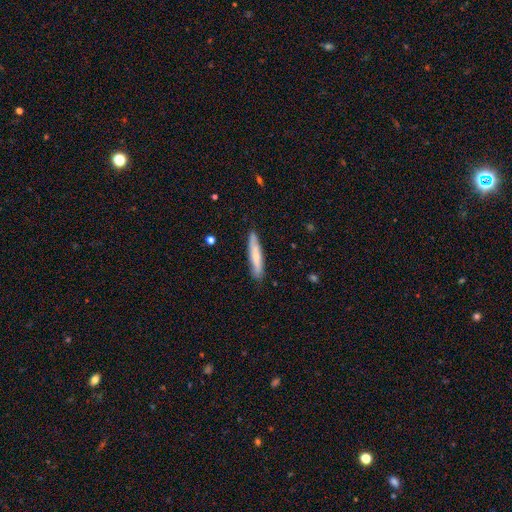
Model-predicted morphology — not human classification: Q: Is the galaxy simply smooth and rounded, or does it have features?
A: smooth — 63%.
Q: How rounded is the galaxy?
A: cigar-shaped — 89%.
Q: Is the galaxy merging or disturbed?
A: none — 85%.